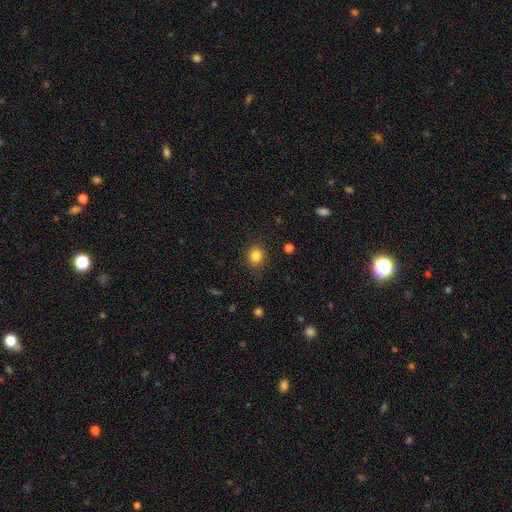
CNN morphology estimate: smooth_or_featured: smooth (p=0.85) [alt: star or artifact p=0.11]
how_rounded: round (p=0.68) [alt: in between p=0.31]
merging: none (p=0.86) [alt: minor disturbance p=0.09]